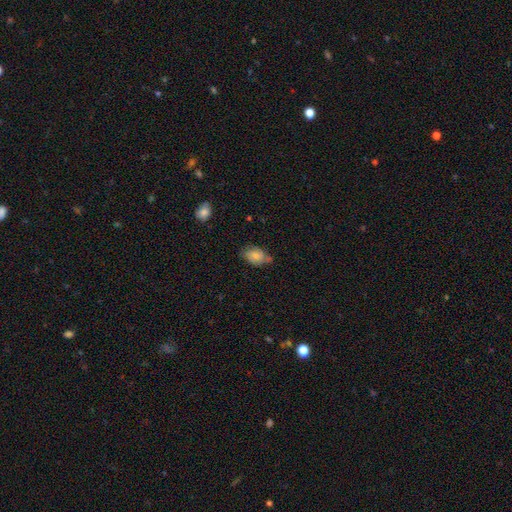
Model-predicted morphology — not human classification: Smooth or featured? smooth (67%)
How rounded? in between (86%)
Merging? none (55%)